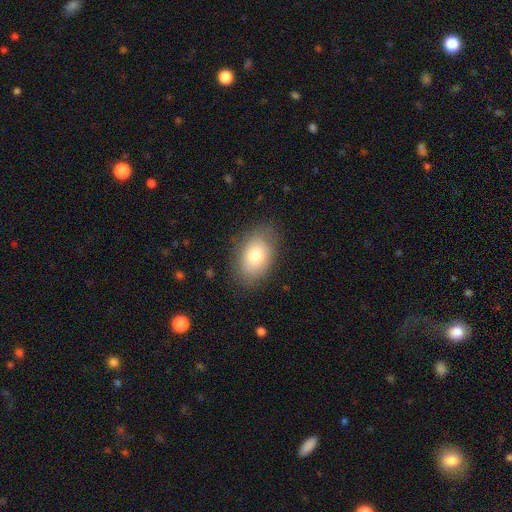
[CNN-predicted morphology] Smooth or featured? Predicted: smooth (p=0.78). How rounded? Predicted: in between (p=0.87). Merging? Predicted: none (p=0.82).